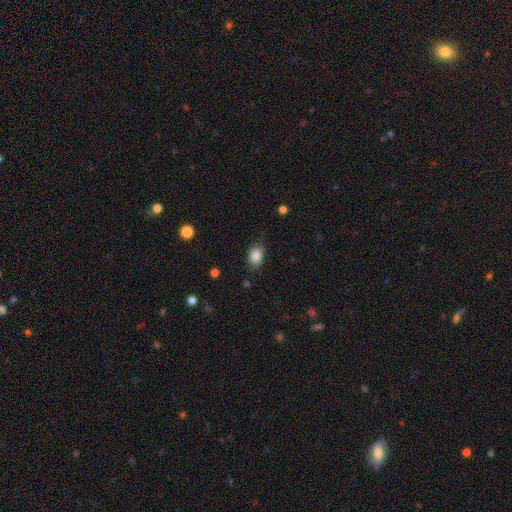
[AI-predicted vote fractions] The model was most divided on "how rounded": in between: 82%, round: 17%, cigar-shaped: 1%. More confident: smooth or featured — smooth (86%); merging — none (81%).